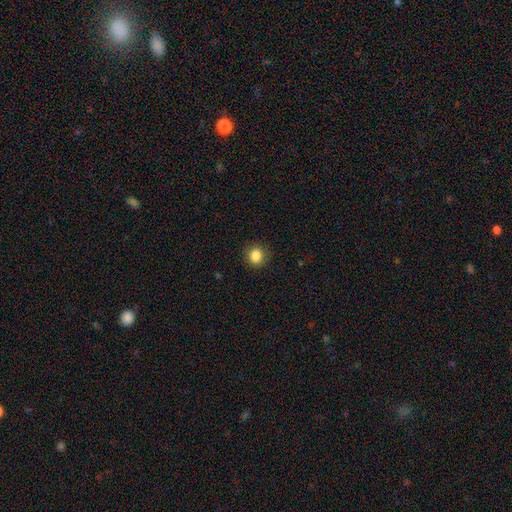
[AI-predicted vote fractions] A smooth galaxy with no disk features (85%) that is round (78%).

Vote fractions:
- Smooth or featured? smooth: 85% / star or artifact: 10% / featured or disk: 4%
- How rounded? round: 78% / in between: 21% / cigar-shaped: 1%
- Merging? none: 89% / minor disturbance: 8% / major disturbance: 2% / merger: 1%